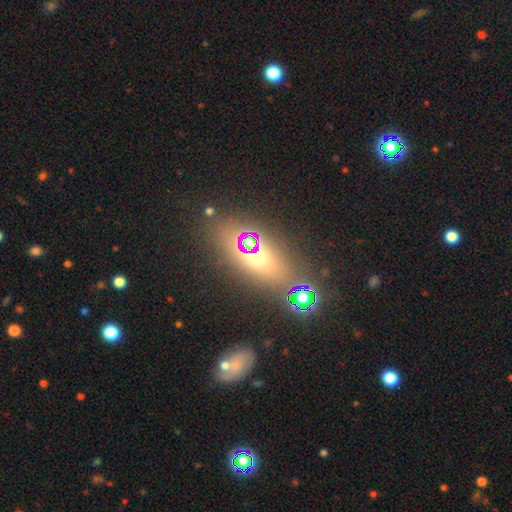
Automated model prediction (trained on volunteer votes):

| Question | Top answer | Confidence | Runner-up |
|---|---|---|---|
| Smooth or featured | star or artifact | 45% | smooth (40%) |